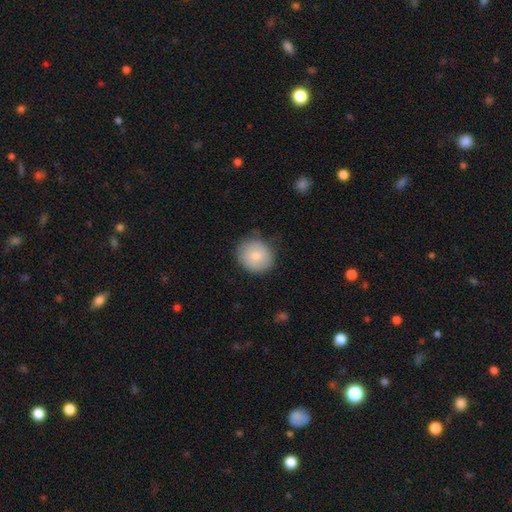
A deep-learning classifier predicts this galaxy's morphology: smooth_or_featured: smooth (p=0.80) [alt: featured or disk p=0.14]
how_rounded: round (p=0.88) [alt: in between p=0.11]
merging: none (p=0.80) [alt: minor disturbance p=0.16]